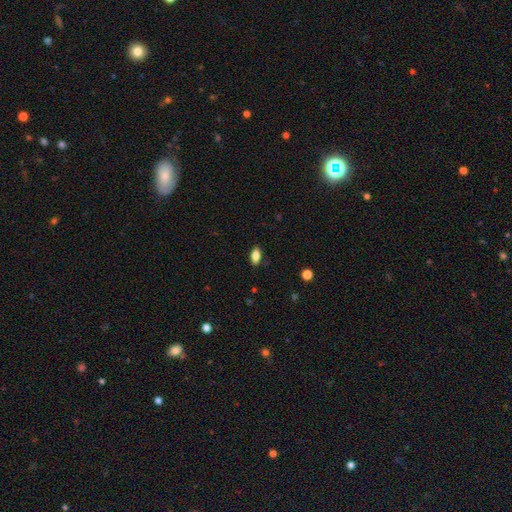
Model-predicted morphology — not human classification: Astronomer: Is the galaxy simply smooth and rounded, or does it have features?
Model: smooth — 81%.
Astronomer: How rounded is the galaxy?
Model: in between — 87%.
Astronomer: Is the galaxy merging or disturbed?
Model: none — 87%.